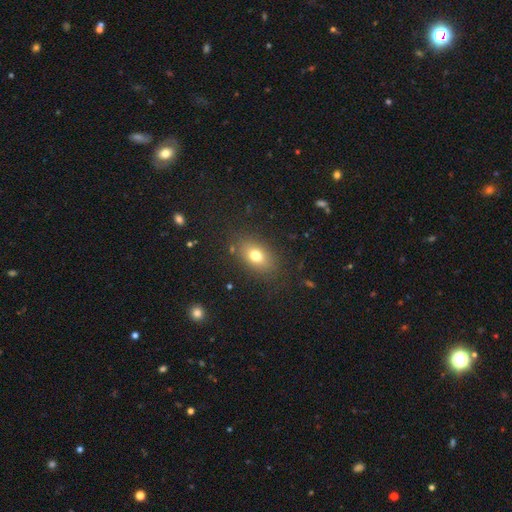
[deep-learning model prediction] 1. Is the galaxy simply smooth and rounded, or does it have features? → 75% smooth, 14% featured or disk, 11% star or artifact.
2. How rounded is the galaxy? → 80% in between, 17% round, 3% cigar-shaped.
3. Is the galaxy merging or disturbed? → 83% none, 11% minor disturbance, 4% major disturbance, 2% merger.